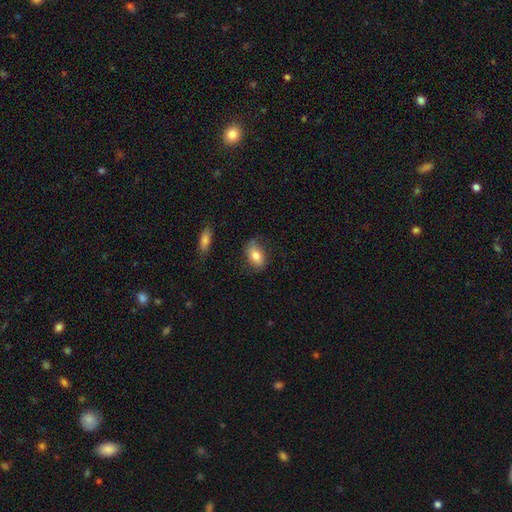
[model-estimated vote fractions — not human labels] A smooth galaxy with no disk features (77%) that is in between round and cigar-shaped (88%).

Vote fractions:
- Smooth or featured? smooth: 77% / featured or disk: 16% / star or artifact: 7%
- How rounded? in between: 88% / round: 9% / cigar-shaped: 3%
- Merging? none: 68% / minor disturbance: 23% / major disturbance: 7% / merger: 2%